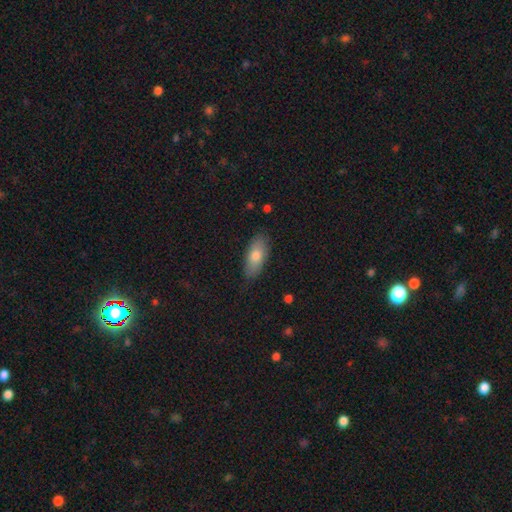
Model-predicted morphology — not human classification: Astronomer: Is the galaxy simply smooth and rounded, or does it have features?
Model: smooth — 74%.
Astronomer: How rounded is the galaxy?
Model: in between — 84%.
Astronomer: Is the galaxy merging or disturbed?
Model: none — 84%.